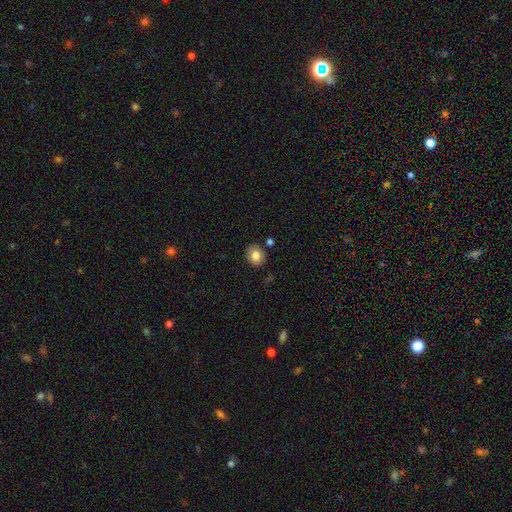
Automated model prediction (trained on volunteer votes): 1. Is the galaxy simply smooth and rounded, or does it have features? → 83% smooth, 9% star or artifact, 8% featured or disk.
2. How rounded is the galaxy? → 61% round, 38% in between, 1% cigar-shaped.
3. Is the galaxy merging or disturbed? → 84% none, 10% minor disturbance, 4% merger, 2% major disturbance.